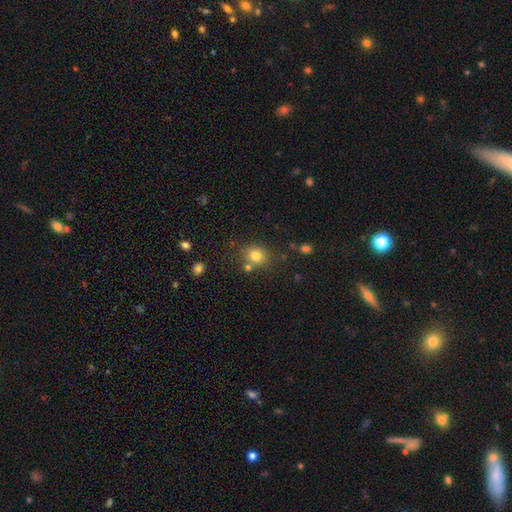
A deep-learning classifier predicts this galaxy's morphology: The model was most divided on "how rounded": round: 67%, in between: 32%, cigar-shaped: 1%. More confident: smooth or featured — smooth (79%); merging — none (71%).